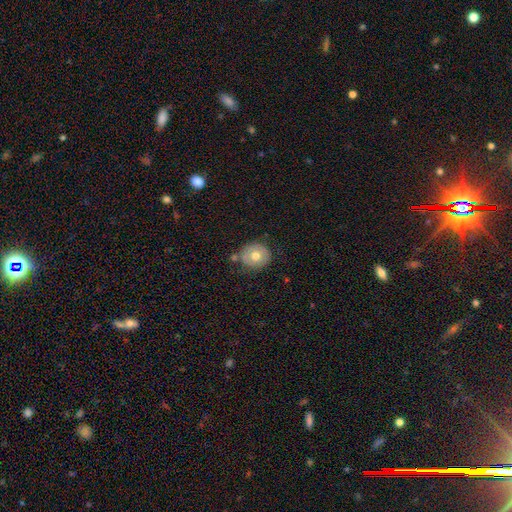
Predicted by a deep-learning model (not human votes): A smooth galaxy with no disk features (68%) that is round (85%).

Vote fractions:
- Smooth or featured? smooth: 68% / featured or disk: 24% / star or artifact: 9%
- How rounded? round: 85% / in between: 14% / cigar-shaped: 1%
- Merging? none: 74% / minor disturbance: 15% / merger: 7% / major disturbance: 4%